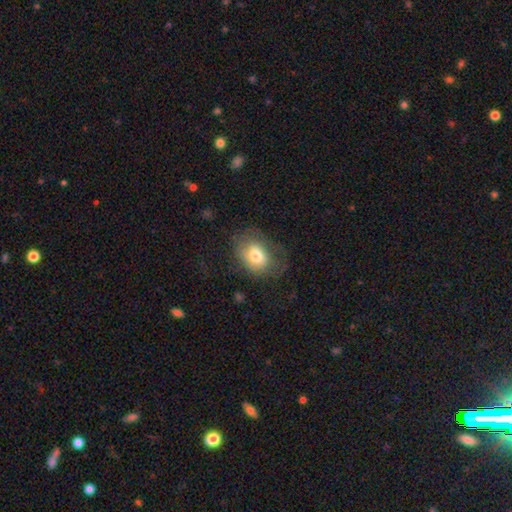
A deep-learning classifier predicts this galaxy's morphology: smooth-or-featured: smooth: 69% | featured or disk: 23% | star or artifact: 8%
  how-rounded: in between: 75% | round: 24% | cigar-shaped: 1%
  merging: none: 54% | minor disturbance: 26% | major disturbance: 19% | merger: 1%